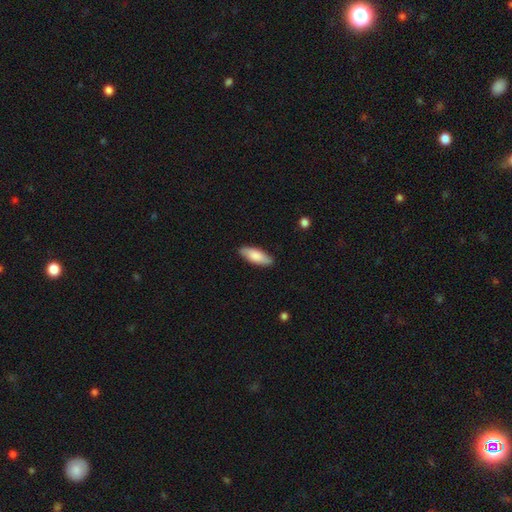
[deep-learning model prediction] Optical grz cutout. It shows a smooth galaxy with no disk features (80%) that is in between round and cigar-shaped (69%). Merging: none (87%).